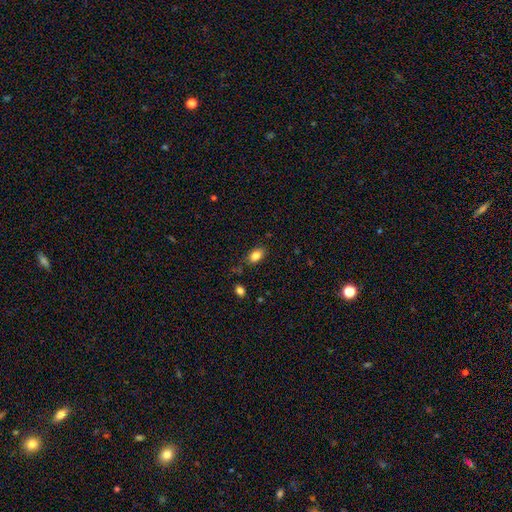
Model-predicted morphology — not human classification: smooth-or-featured: smooth: 83% | star or artifact: 9% | featured or disk: 8%
  how-rounded: in between: 87% | round: 11% | cigar-shaped: 3%
  merging: none: 78% | minor disturbance: 16% | major disturbance: 4% | merger: 3%